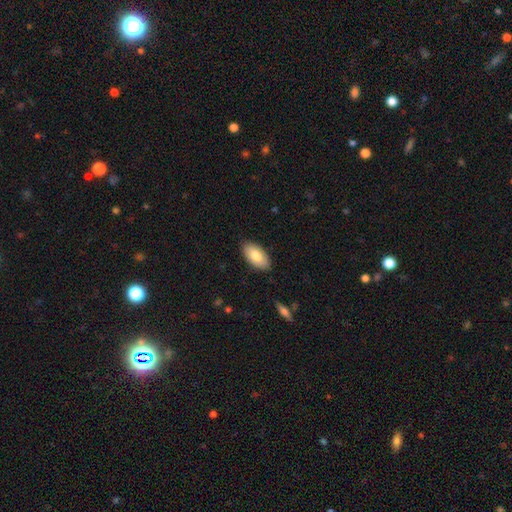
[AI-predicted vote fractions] smooth-or-featured: smooth: 79% | featured or disk: 15% | star or artifact: 6%
  how-rounded: in between: 95% | round: 3% | cigar-shaped: 2%
  merging: none: 86% | minor disturbance: 11% | major disturbance: 2% | merger: 1%